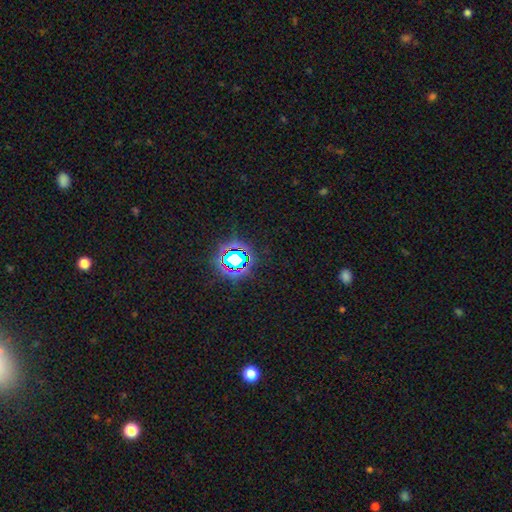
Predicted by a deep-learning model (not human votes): This appears to be a star or artifact, not a galaxy (79%).